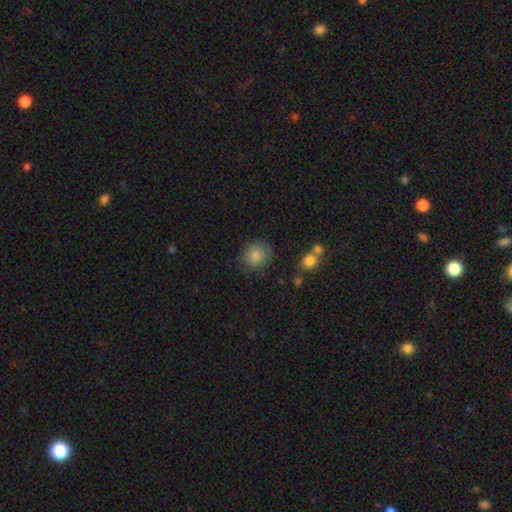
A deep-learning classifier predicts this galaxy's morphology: smooth_or_featured: smooth (p=0.85) [alt: star or artifact p=0.08]
how_rounded: round (p=0.84) [alt: in between p=0.15]
merging: none (p=0.78) [alt: minor disturbance p=0.15]